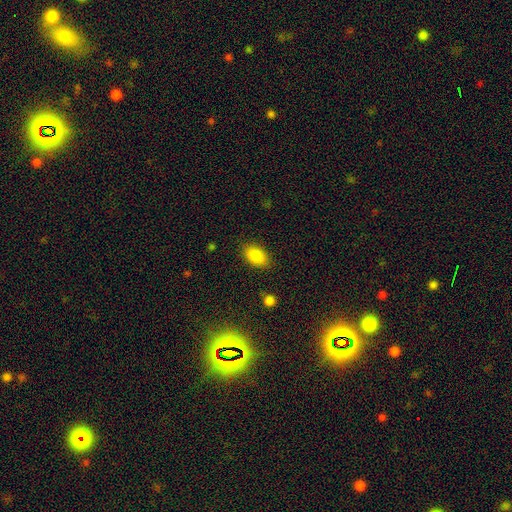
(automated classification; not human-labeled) Morphology: type=smooth (86%); roundness=in between (90%); merging=none (85%).